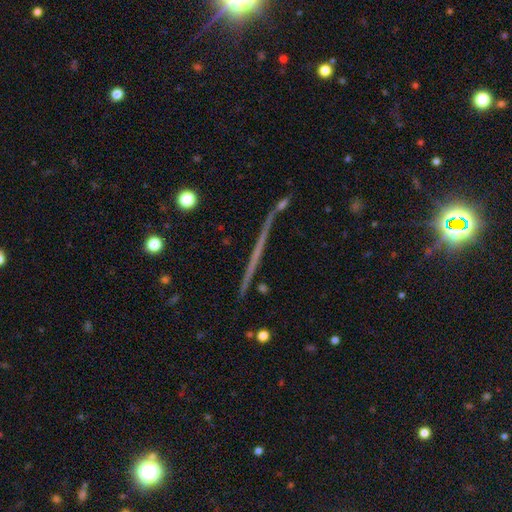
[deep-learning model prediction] Overall: featured or disk (69%). Edge-on disk: yes (97%). Edge-on bulge: none (82%). Merging: none (89%).